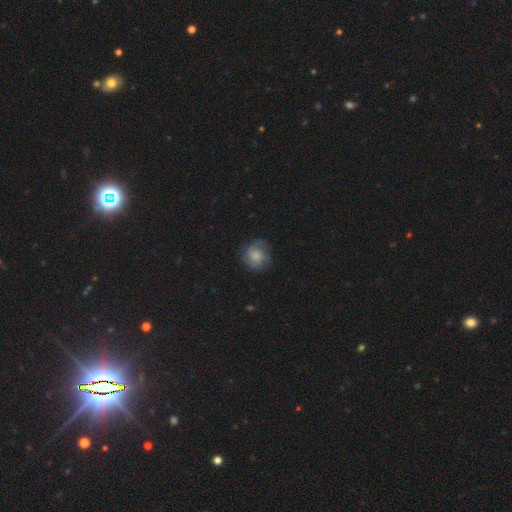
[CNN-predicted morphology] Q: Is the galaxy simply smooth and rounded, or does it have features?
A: smooth — 49%.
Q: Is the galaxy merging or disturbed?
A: none — 75%.